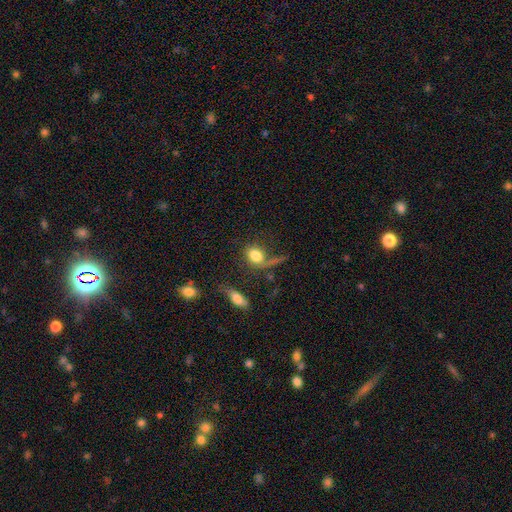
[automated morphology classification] smooth 78%, featured or disk 12%, star or artifact 10%. Down the decision tree: how rounded — in between (58%); merging — none (48%).